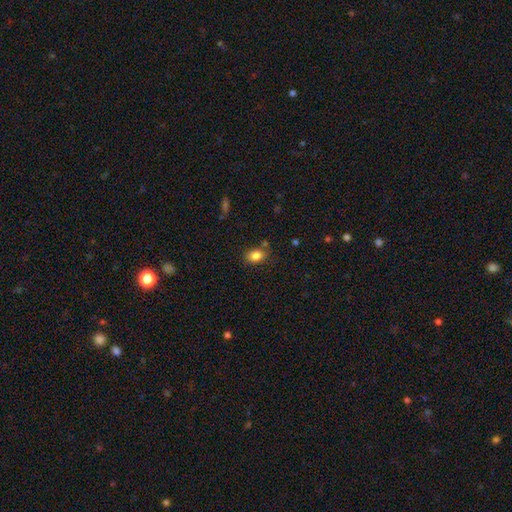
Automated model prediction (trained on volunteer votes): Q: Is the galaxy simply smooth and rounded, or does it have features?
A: smooth — 84%.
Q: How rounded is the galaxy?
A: in between — 70%.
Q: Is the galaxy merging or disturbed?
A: none — 75%.